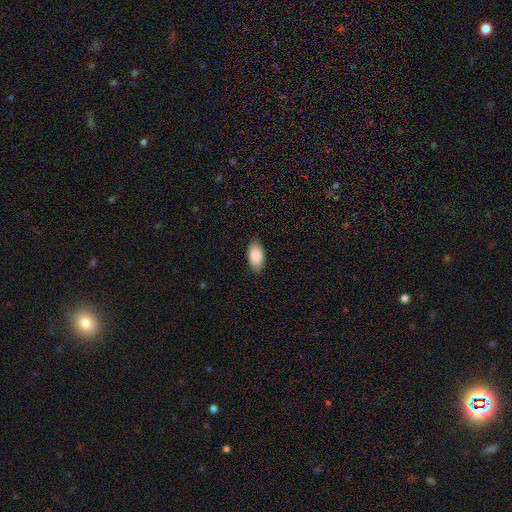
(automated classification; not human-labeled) Morphology: type=smooth (89%); roundness=in between (95%); merging=none (87%).